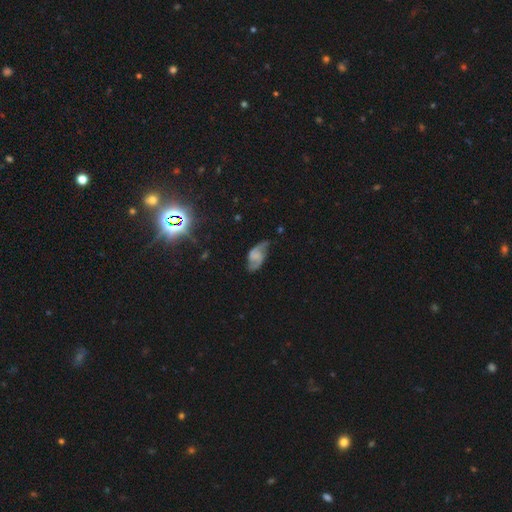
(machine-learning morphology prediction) smooth_or_featured: featured or disk (p=0.68) [alt: smooth p=0.23]
disk_edge_on: no (p=0.95) [alt: yes p=0.05]
bar: no (p=0.45) [alt: weak p=0.41]
has_spiral_arms: yes (p=0.91) [alt: no p=0.09]
spiral_winding: loose (p=0.46) [alt: medium p=0.39]
spiral_arm_count: 2 (p=0.87) [alt: can't tell p=0.06]
bulge_size: none (p=0.59) [alt: small p=0.22]
merging: none (p=0.59) [alt: minor disturbance p=0.26]